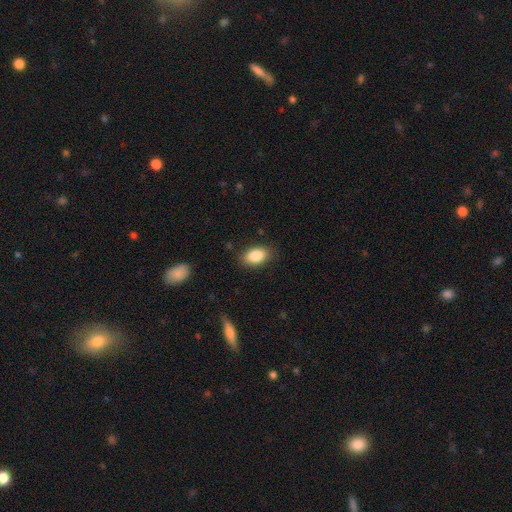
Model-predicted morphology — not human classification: smooth_or_featured: smooth (p=0.86) [alt: star or artifact p=0.07]
how_rounded: in between (p=0.90) [alt: round p=0.08]
merging: none (p=0.84) [alt: minor disturbance p=0.12]